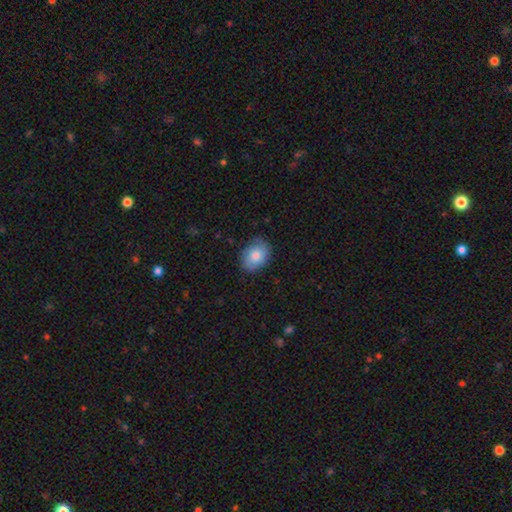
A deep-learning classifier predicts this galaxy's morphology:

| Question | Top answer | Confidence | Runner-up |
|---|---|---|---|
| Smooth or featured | smooth | 71% | featured or disk (22%) |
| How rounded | in between | 65% | round (34%) |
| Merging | none | 75% | minor disturbance (20%) |